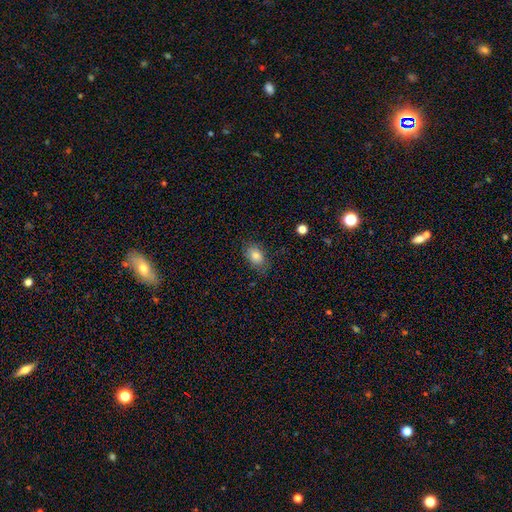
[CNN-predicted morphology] A smooth galaxy with no disk features (80%) that is in between round and cigar-shaped (83%). Merging: none (77%).